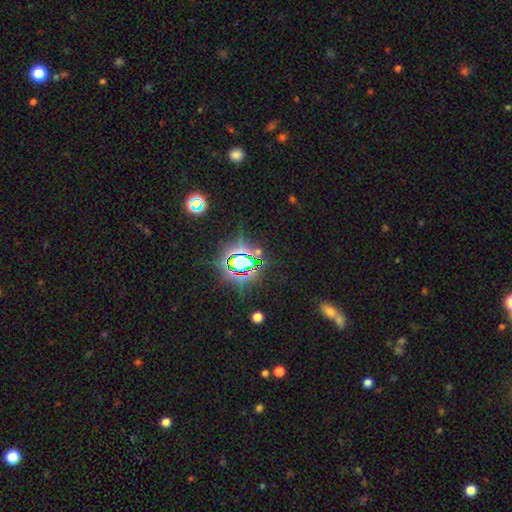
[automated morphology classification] Smooth or featured?
  - star or artifact: 78% *
  - smooth: 14%
  - featured or disk: 8%